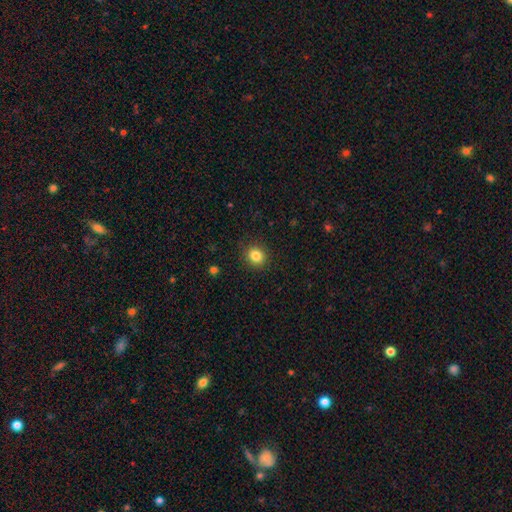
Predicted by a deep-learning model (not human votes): This appears to be a smooth galaxy with no disk features (84%) that is round (83%). Merging: none (90%).